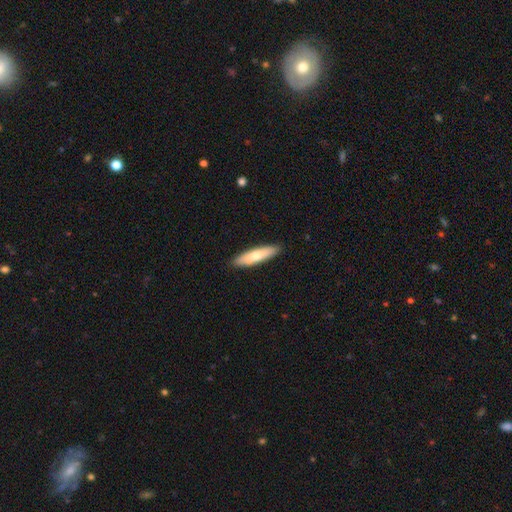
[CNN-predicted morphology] smooth-or-featured: smooth: 70% | featured or disk: 25% | star or artifact: 5%
  how-rounded: cigar-shaped: 76% | in between: 23% | round: 2%
  merging: none: 90% | minor disturbance: 8% | major disturbance: 2% | merger: 1%